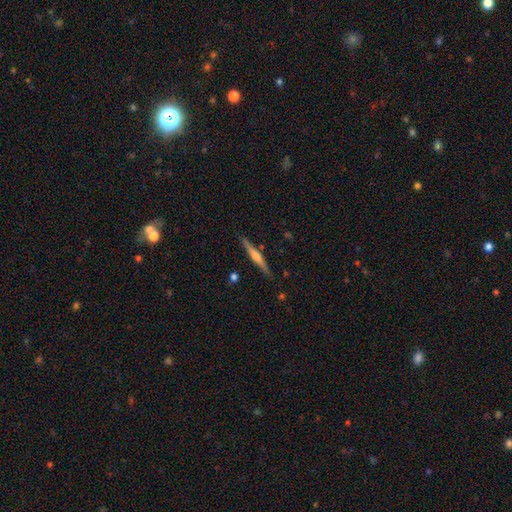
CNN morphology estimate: Smooth or featured: featured or disk — 65% (smooth — 29%)
Edge-on disk: yes — 98% (no — 2%)
Edge-on bulge: rounded — 60% (none — 21%)
Merging: none — 89% (minor disturbance — 8%)